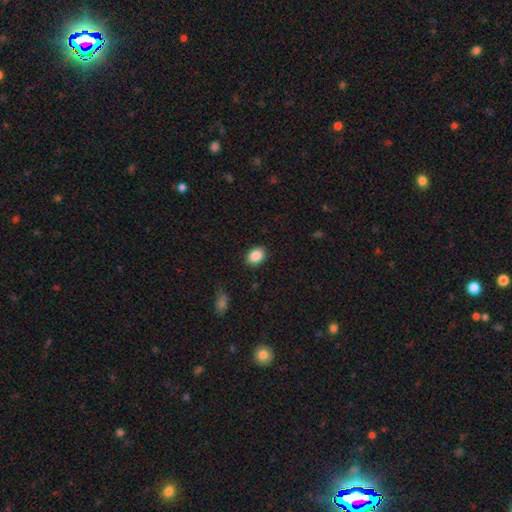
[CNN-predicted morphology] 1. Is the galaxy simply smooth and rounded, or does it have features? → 87% smooth, 8% star or artifact, 4% featured or disk.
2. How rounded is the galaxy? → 59% in between, 40% round, 1% cigar-shaped.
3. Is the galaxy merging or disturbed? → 88% none, 9% minor disturbance, 2% major disturbance, 1% merger.